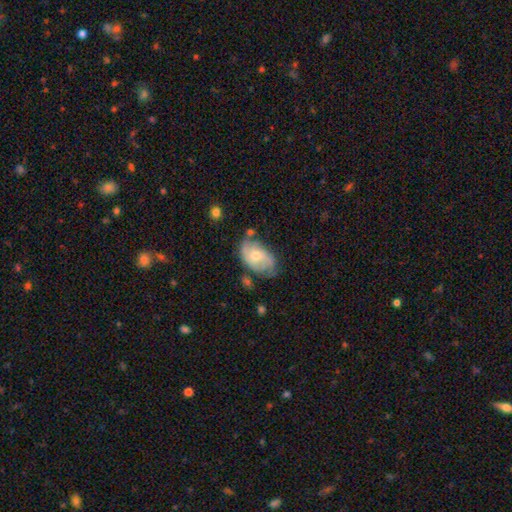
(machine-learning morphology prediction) smooth_or_featured: featured or disk (p=0.54) [alt: smooth p=0.39]
disk_edge_on: no (p=0.95) [alt: yes p=0.05]
bar: no (p=0.67) [alt: weak p=0.28]
has_spiral_arms: yes (p=0.74) [alt: no p=0.26]
bulge_size: moderate (p=0.58) [alt: small p=0.37]
merging: none (p=0.55) [alt: minor disturbance p=0.30]